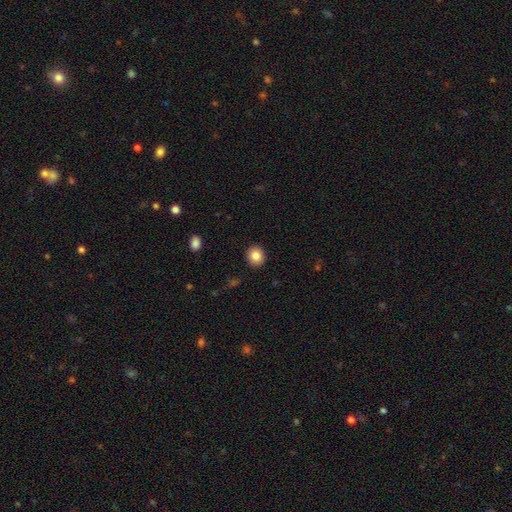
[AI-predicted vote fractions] smooth 85%, star or artifact 9%, featured or disk 6%. Down the decision tree: how rounded — round (82%); merging — none (92%).